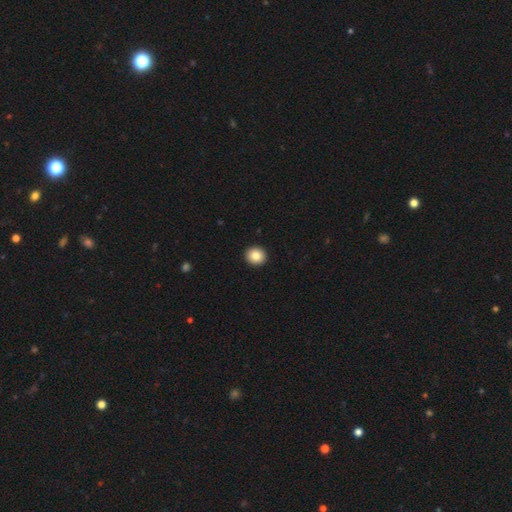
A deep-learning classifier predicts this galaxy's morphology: Smooth or featured?
  - smooth: 85% *
  - star or artifact: 9%
  - featured or disk: 7%
How rounded?
  - round: 87% *
  - in between: 12%
  - cigar-shaped: 1%
Merging?
  - none: 94% *
  - minor disturbance: 4%
  - major disturbance: 1%
  - merger: 1%